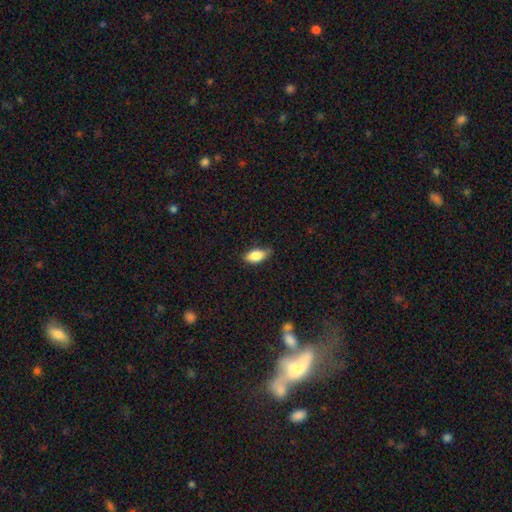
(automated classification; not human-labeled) smooth_or_featured: smooth (p=0.84) [alt: featured or disk p=0.09]
how_rounded: in between (p=0.89) [alt: cigar-shaped p=0.07]
merging: none (p=0.70) [alt: minor disturbance p=0.25]